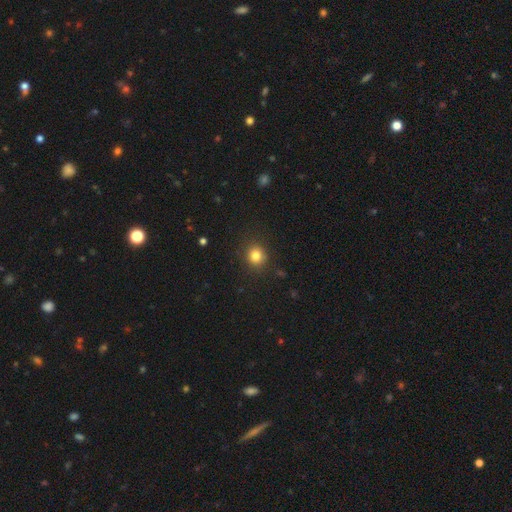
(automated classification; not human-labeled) Smooth or featured?
  - smooth: 82% *
  - star or artifact: 12%
  - featured or disk: 6%
How rounded?
  - round: 87% *
  - in between: 12%
  - cigar-shaped: 1%
Merging?
  - none: 89% *
  - minor disturbance: 7%
  - major disturbance: 3%
  - merger: 1%